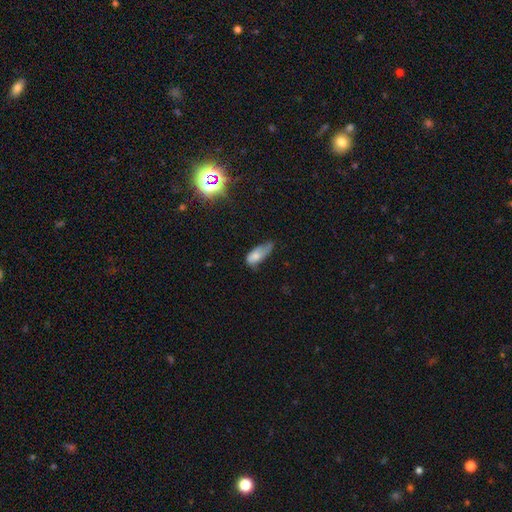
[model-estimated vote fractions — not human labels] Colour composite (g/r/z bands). It shows a smooth galaxy with no disk features (73%) that is in between round and cigar-shaped (84%). Merging: minor disturbance (46%).